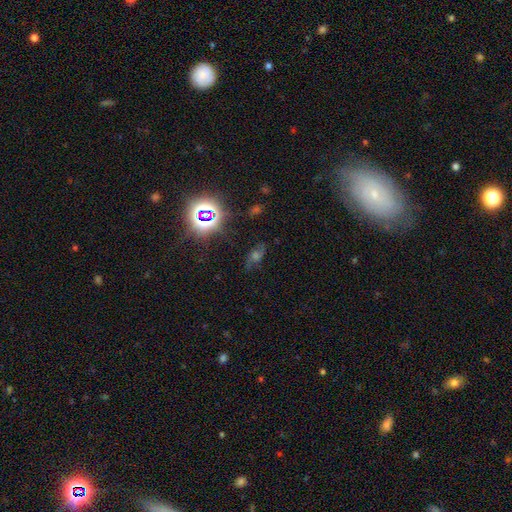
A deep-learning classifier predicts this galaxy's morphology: Smooth or featured?
  - star or artifact: 45% *
  - featured or disk: 33%
  - smooth: 22%